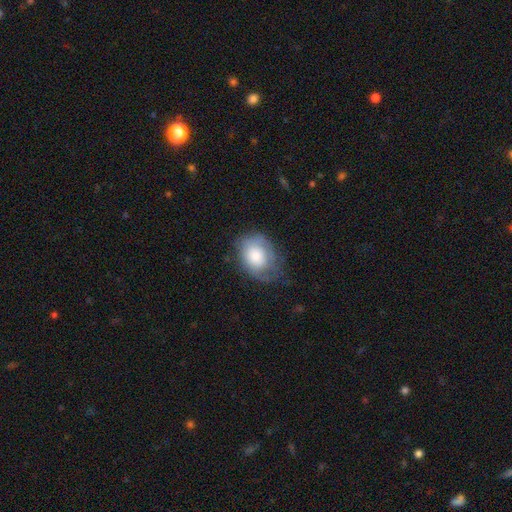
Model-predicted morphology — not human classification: Smooth or featured?
  - smooth: 65% *
  - featured or disk: 27%
  - star or artifact: 7%
How rounded?
  - in between: 67% *
  - round: 32%
  - cigar-shaped: 1%
Merging?
  - none: 50% *
  - minor disturbance: 32%
  - major disturbance: 17%
  - merger: 1%